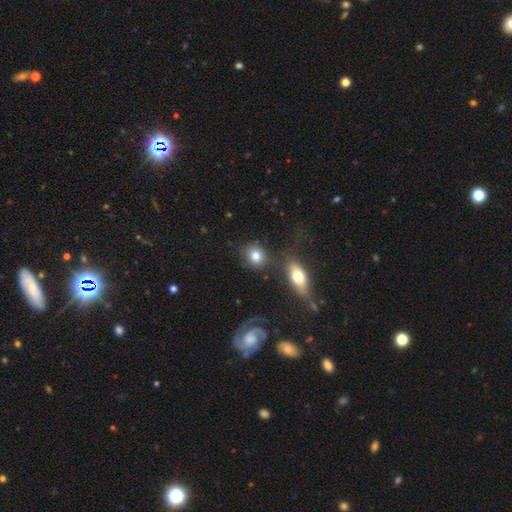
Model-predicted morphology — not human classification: This appears to be a smooth galaxy with no disk features (78%) that is round (72%). Merging: none (71%).